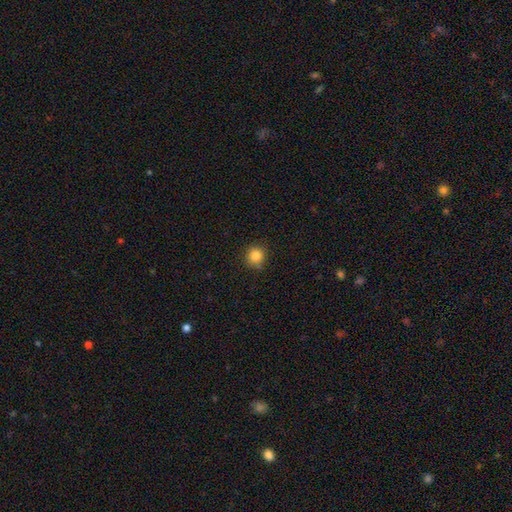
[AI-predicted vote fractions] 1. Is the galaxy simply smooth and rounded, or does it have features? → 84% smooth, 11% star or artifact, 5% featured or disk.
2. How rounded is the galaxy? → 92% round, 7% in between, 1% cigar-shaped.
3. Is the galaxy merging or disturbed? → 85% none, 12% minor disturbance, 2% major disturbance, 1% merger.